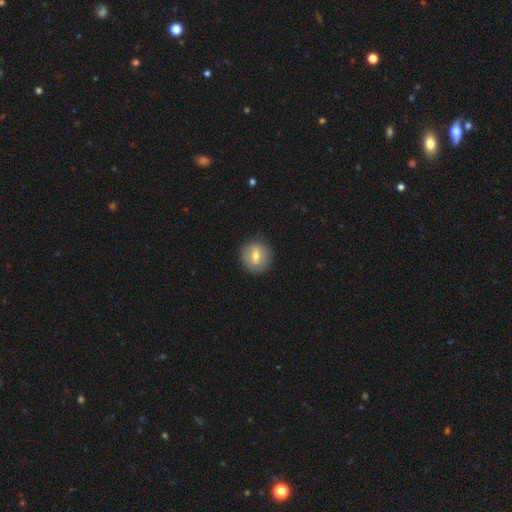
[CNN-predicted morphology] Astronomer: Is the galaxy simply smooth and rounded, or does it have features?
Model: smooth — 60%.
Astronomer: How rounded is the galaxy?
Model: round — 90%.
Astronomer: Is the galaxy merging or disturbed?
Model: none — 87%.